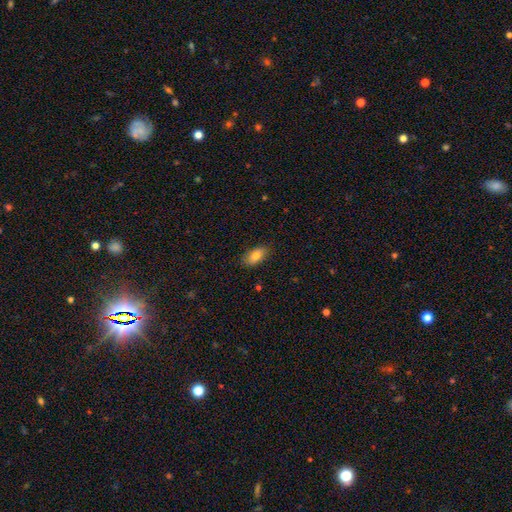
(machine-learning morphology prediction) Smooth or featured: smooth — 81% (featured or disk — 12%)
How rounded: in between — 90% (cigar-shaped — 6%)
Merging: none — 84% (minor disturbance — 13%)